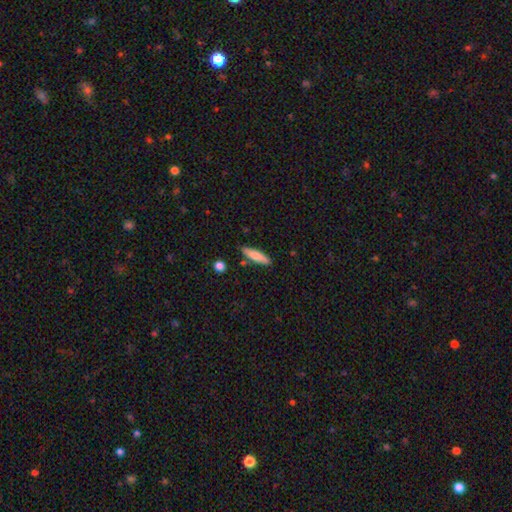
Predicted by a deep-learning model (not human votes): Morphology: type=smooth (74%); roundness=cigar-shaped (73%); merging=none (83%).